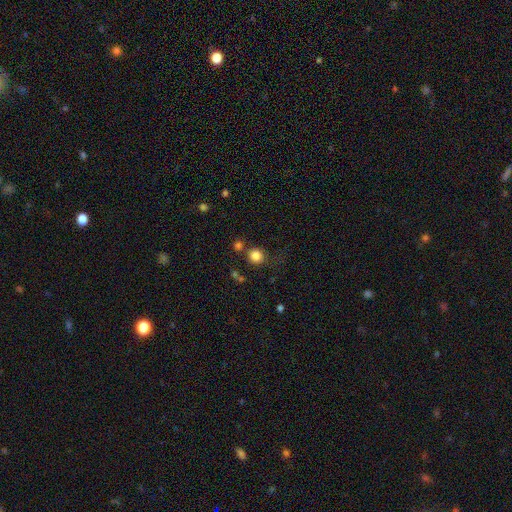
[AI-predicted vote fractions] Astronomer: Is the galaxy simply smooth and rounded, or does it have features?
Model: smooth — 83%.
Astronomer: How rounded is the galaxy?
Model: round — 90%.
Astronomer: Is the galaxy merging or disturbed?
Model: none — 70%.